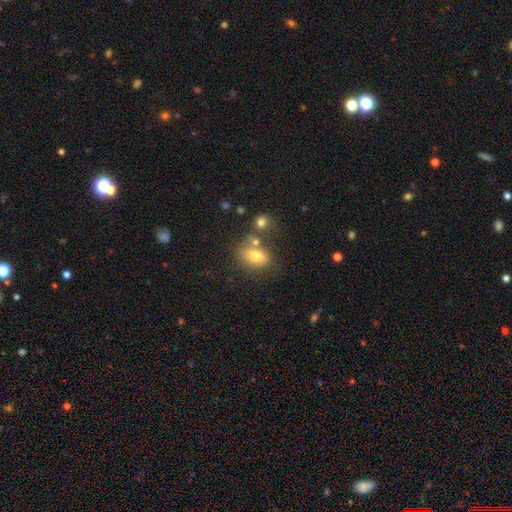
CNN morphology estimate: A smooth galaxy with no disk features (75%) that is in between round and cigar-shaped (77%).

Vote fractions:
- Smooth or featured? smooth: 75% / featured or disk: 14% / star or artifact: 11%
- How rounded? in between: 77% / round: 21% / cigar-shaped: 2%
- Merging? none: 56% / merger: 24% / minor disturbance: 15% / major disturbance: 5%